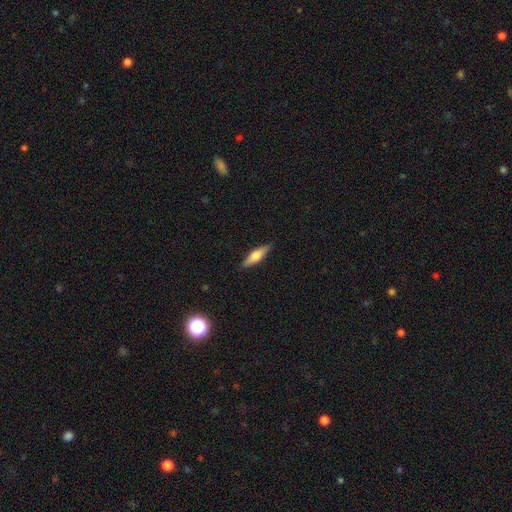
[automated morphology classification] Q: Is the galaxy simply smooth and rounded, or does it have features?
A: featured or disk — 52%.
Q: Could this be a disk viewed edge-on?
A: yes — 95%.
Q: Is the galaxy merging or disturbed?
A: none — 89%.